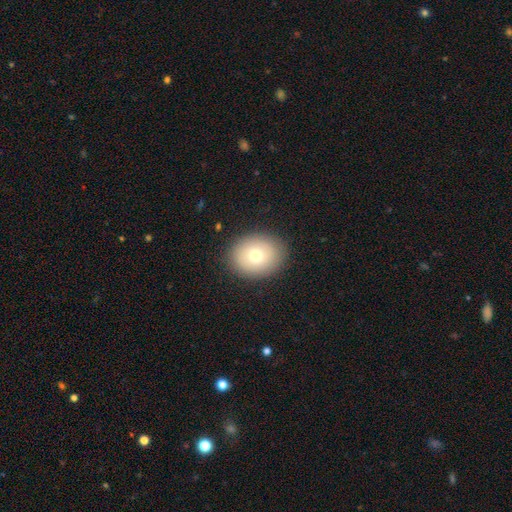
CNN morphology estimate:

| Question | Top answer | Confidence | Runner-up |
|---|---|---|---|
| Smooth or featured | smooth | 72% | featured or disk (17%) |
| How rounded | in between | 50% | round (49%) |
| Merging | none | 88% | minor disturbance (8%) |